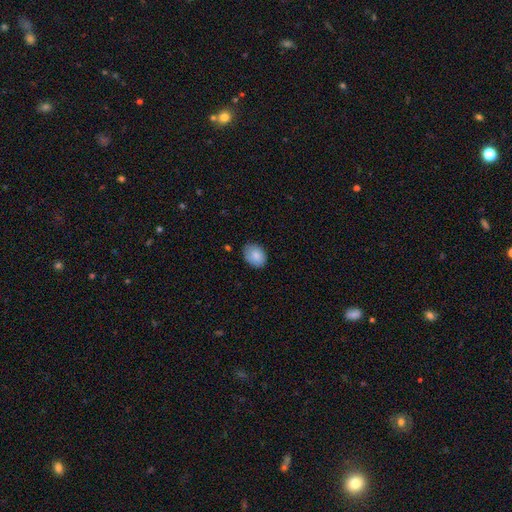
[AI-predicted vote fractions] This is clearly a smooth galaxy (86%). How rounded: likely in between (71%). Merging: likely none (79%).